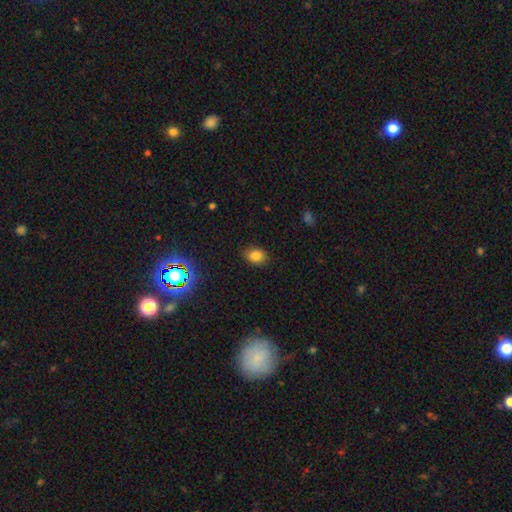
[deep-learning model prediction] smooth 82%, star or artifact 12%, featured or disk 6%. Down the decision tree: how rounded — in between (65%); merging — none (87%).